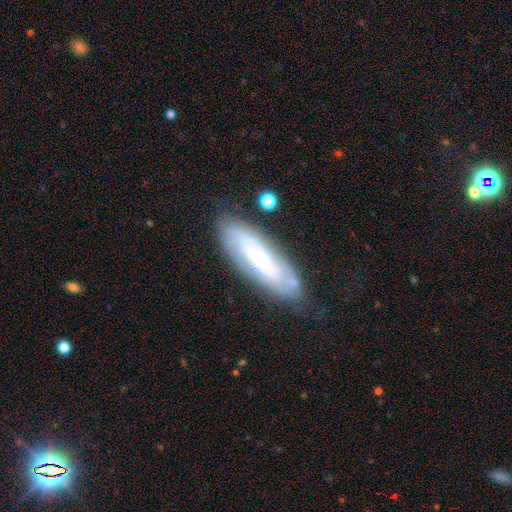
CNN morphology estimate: Smooth or featured?
  - featured or disk: 68% *
  - smooth: 25%
  - star or artifact: 7%
Edge-on disk?
  - no: 80% *
  - yes: 20%
Bar?
  - no: 59% *
  - weak: 29%
  - strong: 12%
Spiral arms?
  - yes: 75% *
  - no: 25%
Bulge size?
  - small: 72% *
  - moderate: 24%
  - none: 2%
  - large: 2%
  - dominant: 1%
Merging?
  - none: 76% *
  - minor disturbance: 17%
  - major disturbance: 5%
  - merger: 3%